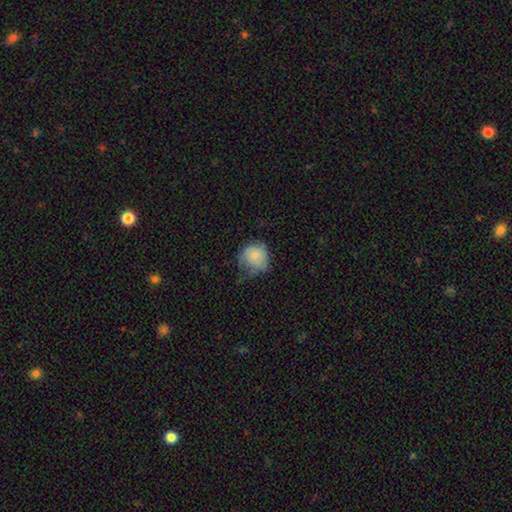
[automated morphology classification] The model was most divided on "merging": minor disturbance: 38%, none: 36%, major disturbance: 24%, merger: 2%. More confident: how rounded — round (77%); smooth or featured — smooth (74%).